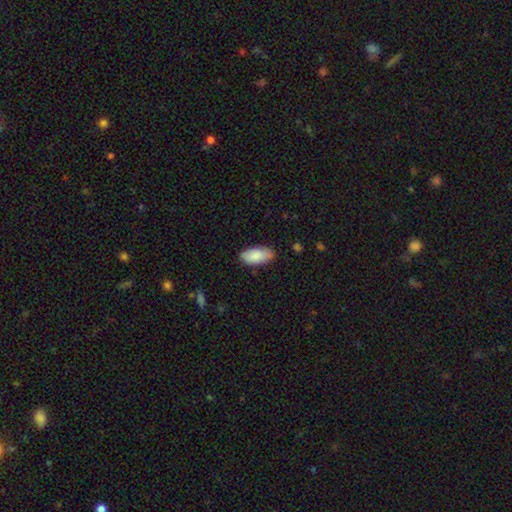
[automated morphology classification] Smooth or featured: smooth — 85% (featured or disk — 9%)
How rounded: in between — 92% (cigar-shaped — 6%)
Merging: none — 77% (minor disturbance — 18%)